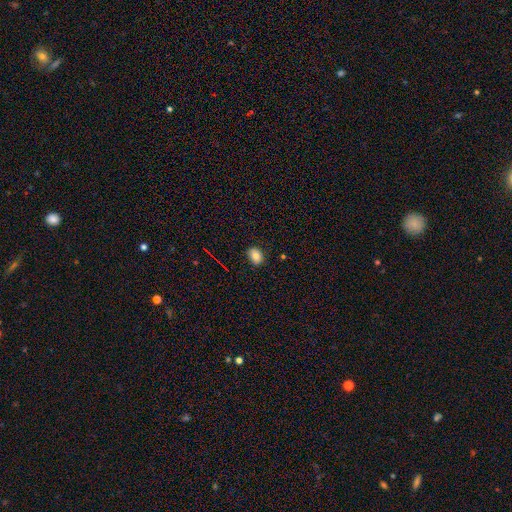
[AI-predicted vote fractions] Overall: smooth (79%). How rounded: in between (60%; round 39%). Merging: none (83%).